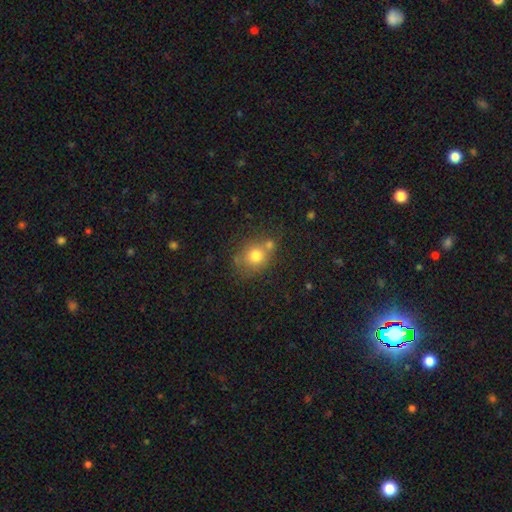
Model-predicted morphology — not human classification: smooth 74%, featured or disk 14%, star or artifact 12%. Down the decision tree: how rounded — round (64%); merging — none (54%).